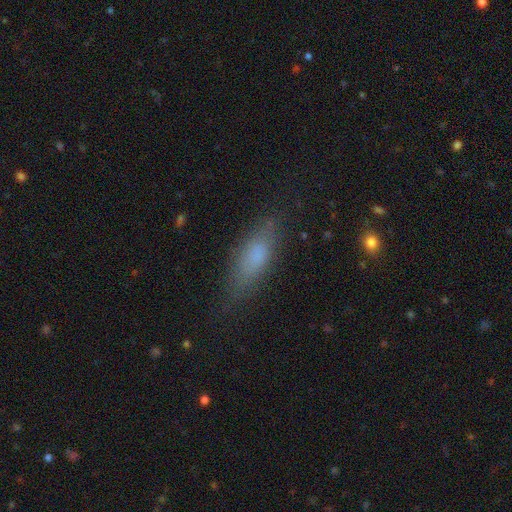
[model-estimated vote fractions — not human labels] Morphology: type=smooth (73%); roundness=in between (59%); merging=none (76%).